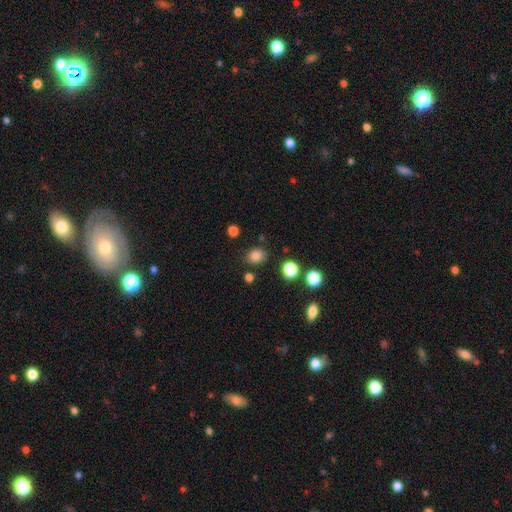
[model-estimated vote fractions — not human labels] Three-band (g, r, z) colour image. It shows a smooth galaxy with no disk features (82%) that is round (53%). Merging: none (82%).